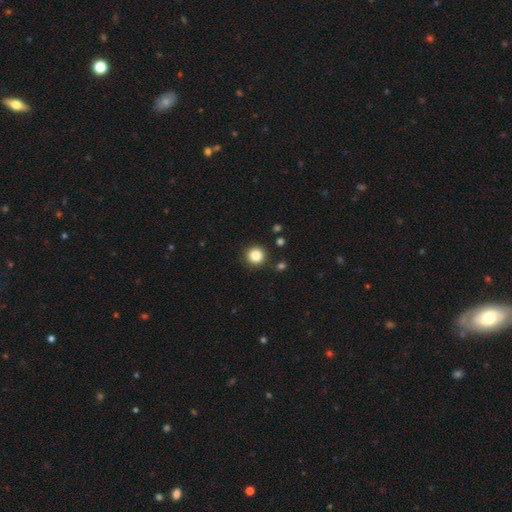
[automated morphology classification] This appears to be a smooth galaxy with no disk features (86%) that is round (93%). Merging: none (89%).